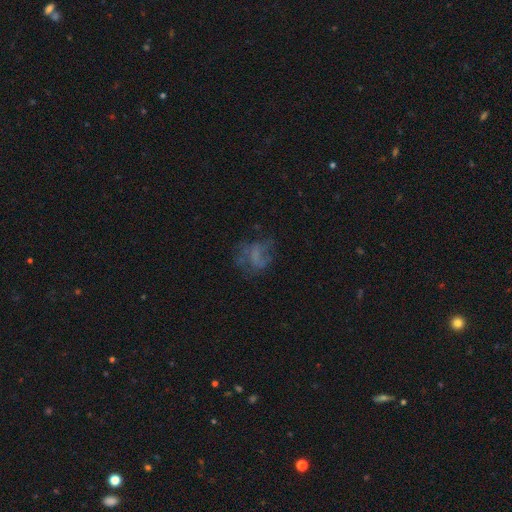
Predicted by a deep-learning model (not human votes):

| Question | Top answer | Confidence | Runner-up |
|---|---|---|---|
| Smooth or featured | featured or disk | 44% | smooth (37%) |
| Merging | none | 45% | major disturbance (32%) |